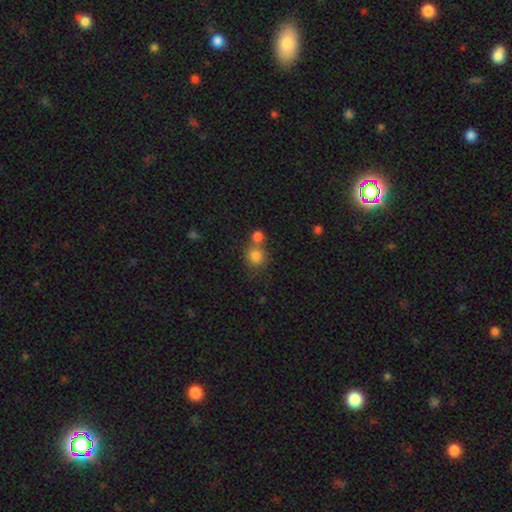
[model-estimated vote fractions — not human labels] A smooth galaxy with no disk features (81%) that is round (88%).

Vote fractions:
- Smooth or featured? smooth: 81% / star or artifact: 12% / featured or disk: 7%
- How rounded? round: 88% / in between: 11% / cigar-shaped: 1%
- Merging? none: 55% / merger: 33% / minor disturbance: 8% / major disturbance: 3%